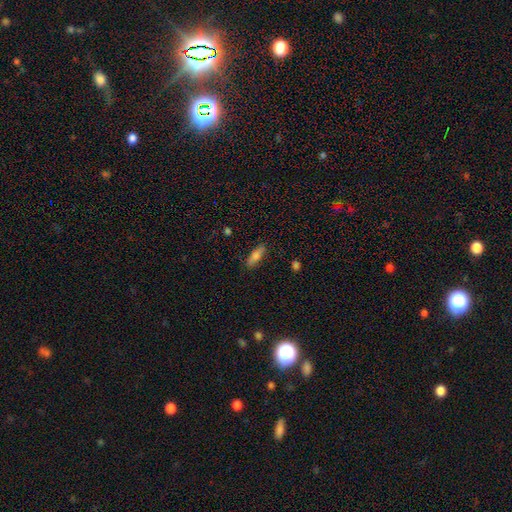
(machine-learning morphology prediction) This is likely a smooth galaxy (79%). How rounded: possibly in between (57%). Merging: clearly none (85%).